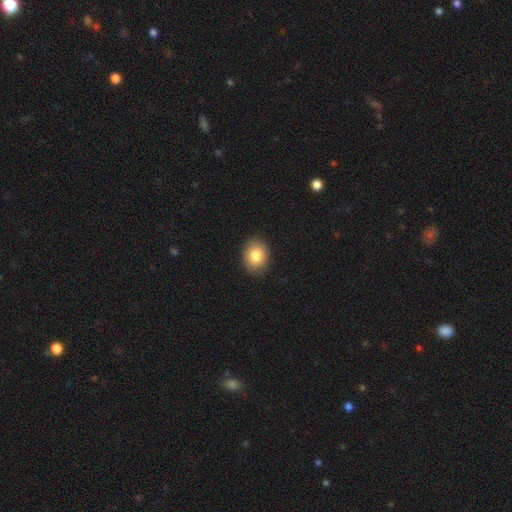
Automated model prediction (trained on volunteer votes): Morphology: type=smooth (82%); roundness=in between (52%); merging=none (89%).